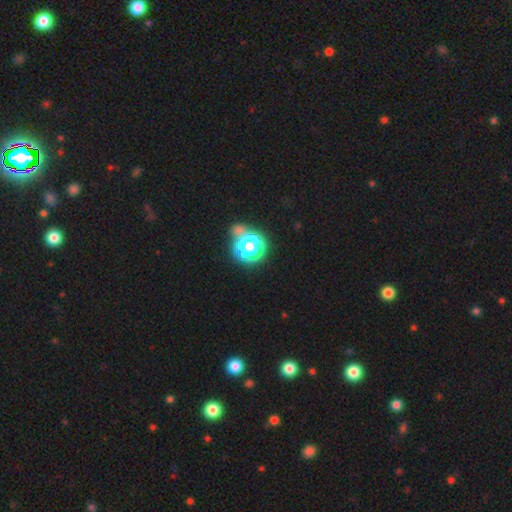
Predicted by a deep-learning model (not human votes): Smooth or featured?
  - star or artifact: 49% *
  - smooth: 40%
  - featured or disk: 10%